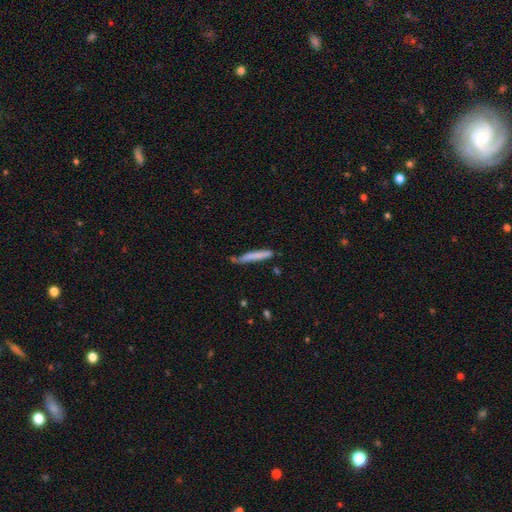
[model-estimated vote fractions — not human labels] Smooth or featured? smooth (73%)
How rounded? cigar-shaped (95%)
Merging? none (66%)